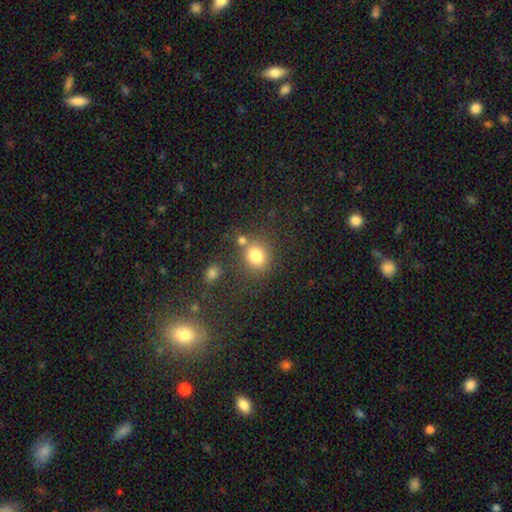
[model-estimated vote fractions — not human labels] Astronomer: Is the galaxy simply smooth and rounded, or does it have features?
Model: smooth — 79%.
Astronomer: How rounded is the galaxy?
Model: round — 73%.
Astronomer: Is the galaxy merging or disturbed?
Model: none — 64%.